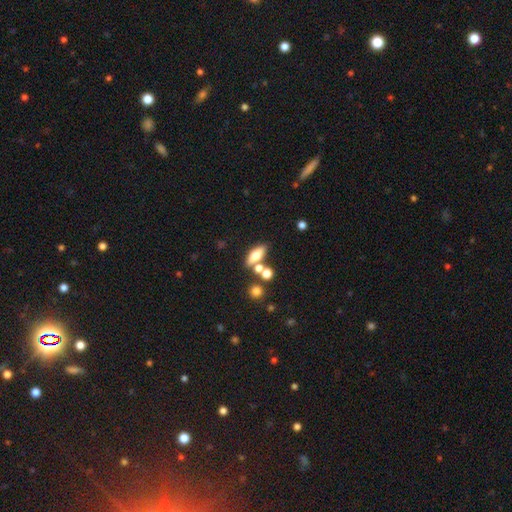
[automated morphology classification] type=smooth (60%); roundness=in between (63%); merging=none (60%).